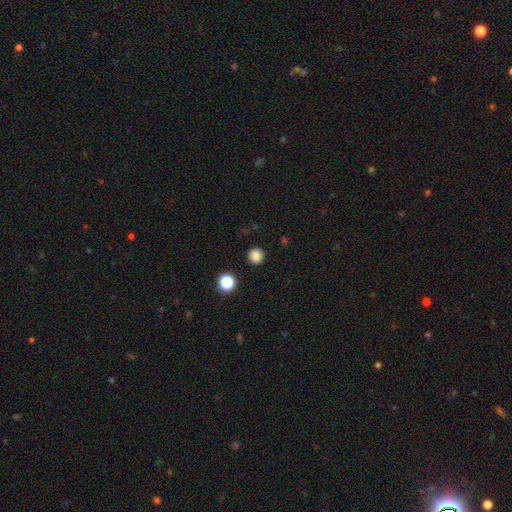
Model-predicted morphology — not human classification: Overall: smooth (84%). How rounded: round (94%). Merging: none (90%).